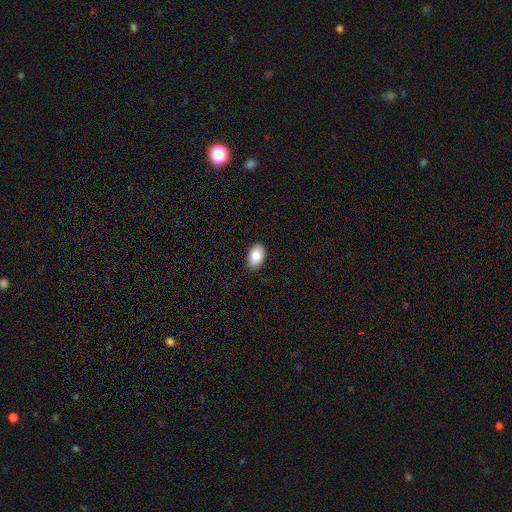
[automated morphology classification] Smooth or featured?
  - smooth: 86% *
  - featured or disk: 7%
  - star or artifact: 7%
How rounded?
  - in between: 91% *
  - round: 8%
  - cigar-shaped: 1%
Merging?
  - none: 88% *
  - minor disturbance: 9%
  - major disturbance: 2%
  - merger: 1%